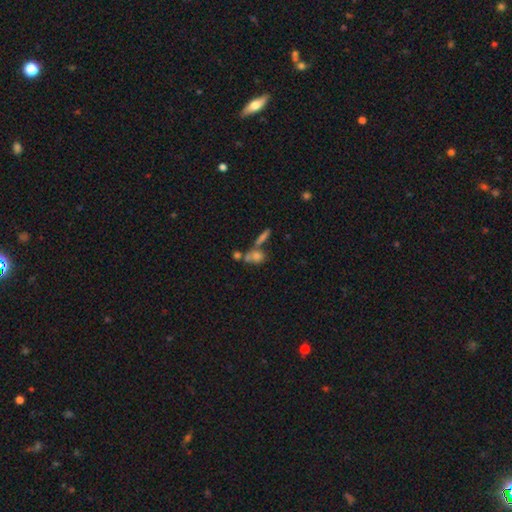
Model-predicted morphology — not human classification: This appears to be a smooth galaxy with no disk features (68%) that is in between round and cigar-shaped (48%). Merging: none (41%).